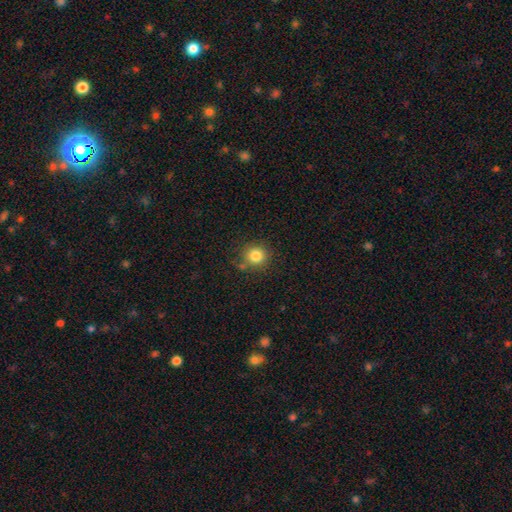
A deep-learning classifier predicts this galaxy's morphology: Q: Smooth or featured?
A: smooth (82%); runner-up: star or artifact (12%)
Q: How rounded?
A: round (91%); runner-up: in between (8%)
Q: Merging?
A: none (79%); runner-up: minor disturbance (12%)